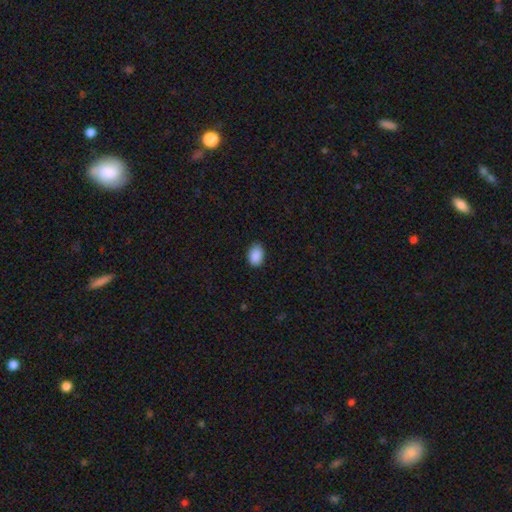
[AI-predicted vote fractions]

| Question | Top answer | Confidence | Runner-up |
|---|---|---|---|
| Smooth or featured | smooth | 90% | star or artifact (8%) |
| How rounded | in between | 83% | round (16%) |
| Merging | none | 86% | minor disturbance (11%) |